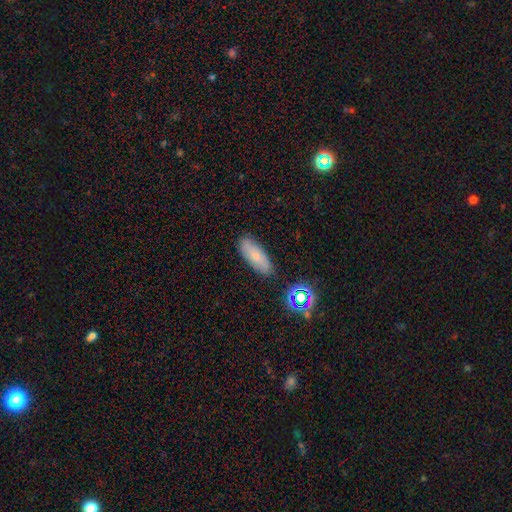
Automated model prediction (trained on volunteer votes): A smooth galaxy with no disk features (66%) that is in between round and cigar-shaped (68%).

Vote fractions:
- Smooth or featured? smooth: 66% / featured or disk: 23% / star or artifact: 10%
- How rounded? in between: 68% / cigar-shaped: 28% / round: 3%
- Merging? none: 83% / minor disturbance: 12% / major disturbance: 3% / merger: 3%